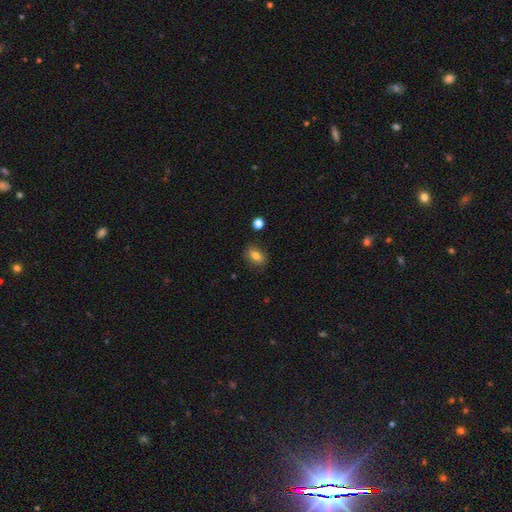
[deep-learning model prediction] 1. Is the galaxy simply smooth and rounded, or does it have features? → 75% smooth, 15% featured or disk, 10% star or artifact.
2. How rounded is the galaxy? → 73% in between, 24% round, 3% cigar-shaped.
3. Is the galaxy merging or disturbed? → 82% none, 13% minor disturbance, 3% major disturbance, 2% merger.